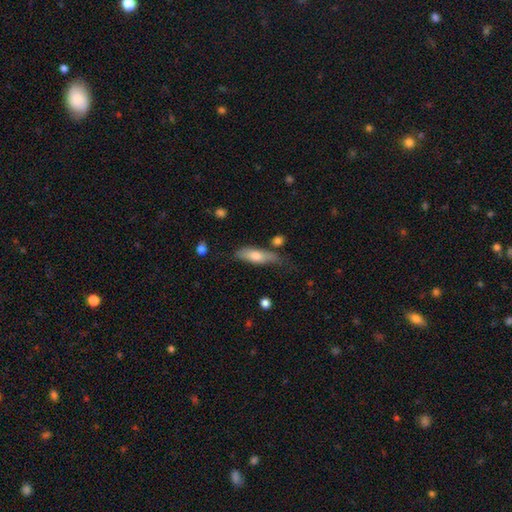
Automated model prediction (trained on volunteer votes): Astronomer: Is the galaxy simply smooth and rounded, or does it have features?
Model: smooth — 63%.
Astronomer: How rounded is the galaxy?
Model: cigar-shaped — 53% (runner-up: in between, 44%).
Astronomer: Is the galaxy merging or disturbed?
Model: none — 61%.